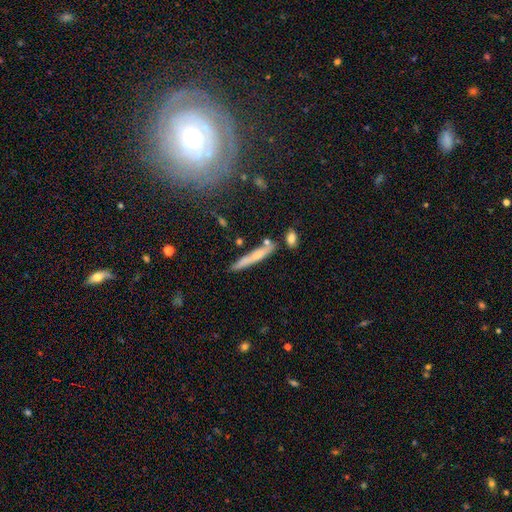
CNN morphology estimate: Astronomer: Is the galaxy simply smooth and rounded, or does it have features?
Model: smooth — 50% (runner-up: featured or disk, 42%).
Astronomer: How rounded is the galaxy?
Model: cigar-shaped — 93%.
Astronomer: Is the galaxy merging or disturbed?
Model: none — 73%.